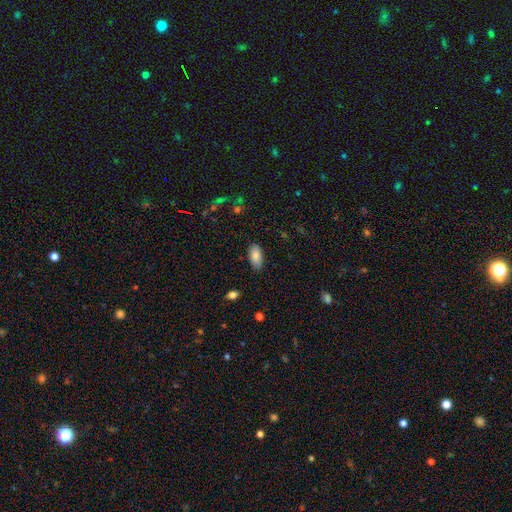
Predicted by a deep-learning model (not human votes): Smooth or featured?
  - smooth: 84% *
  - featured or disk: 9%
  - star or artifact: 7%
How rounded?
  - in between: 92% *
  - cigar-shaped: 6%
  - round: 2%
Merging?
  - none: 84% *
  - minor disturbance: 12%
  - major disturbance: 2%
  - merger: 1%